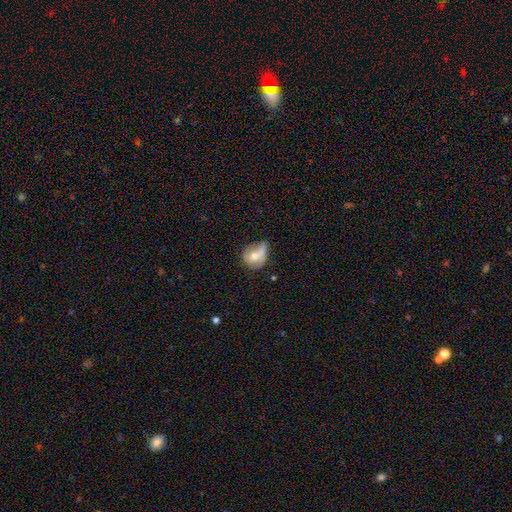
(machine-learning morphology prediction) Overall: smooth (61%; featured or disk 30%). How rounded: round (63%; in between 36%). Merging: minor disturbance (34%; none 31%).